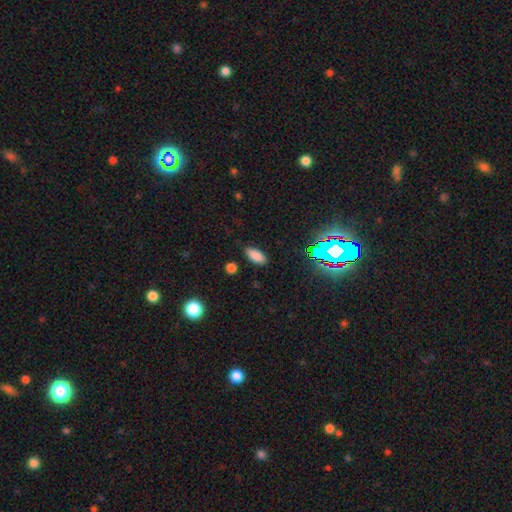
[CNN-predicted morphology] Overall: smooth (80%). How rounded: in between (88%). Merging: none (84%).